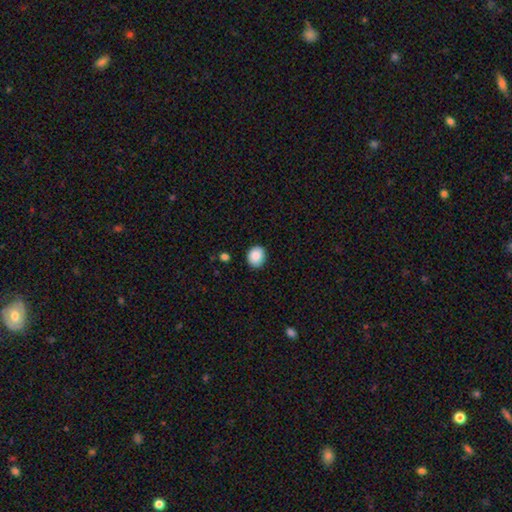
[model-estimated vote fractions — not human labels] Smooth or featured? smooth (88%)
How rounded? round (67%)
Merging? none (88%)